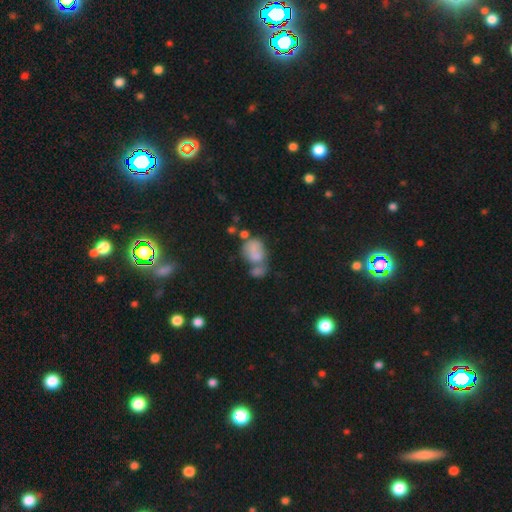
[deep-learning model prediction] Smooth or featured: smooth — 49% (star or artifact — 26%)
Merging: merger — 41% (none — 30%)